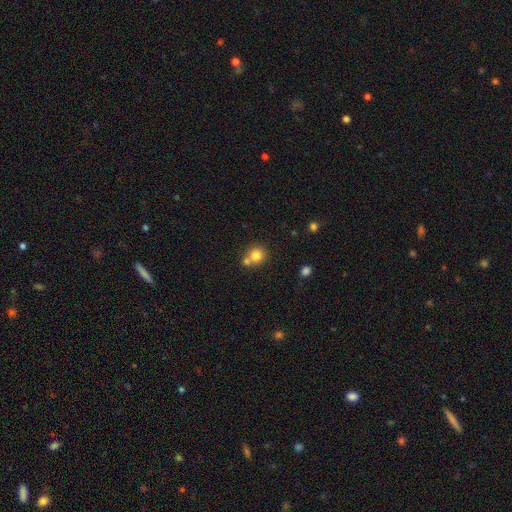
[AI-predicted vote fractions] Overall: smooth (80%). How rounded: round (89%). Merging: none (53%; merger 36%).